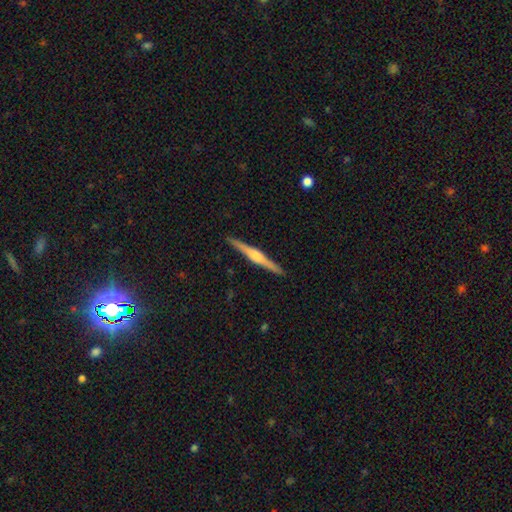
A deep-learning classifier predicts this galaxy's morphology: A featured or disk galaxy (75%) viewed edge-on (98%) with a rounded central bulge (78%). Merging: none (92%).